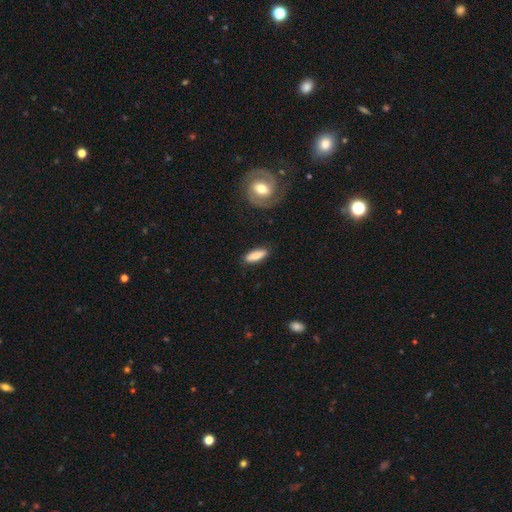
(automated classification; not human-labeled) smooth 84%, featured or disk 10%, star or artifact 6%. Down the decision tree: how rounded — in between (51%); merging — none (85%).